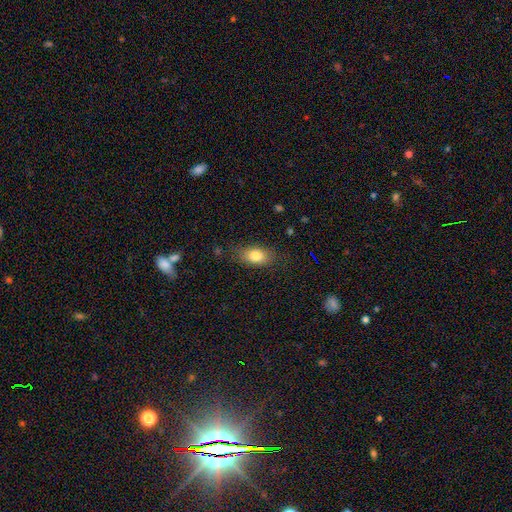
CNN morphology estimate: A smooth galaxy with no disk features (81%) that is in between round and cigar-shaped (84%).

Vote fractions:
- Smooth or featured? smooth: 81% / featured or disk: 11% / star or artifact: 9%
- How rounded? in between: 84% / round: 12% / cigar-shaped: 4%
- Merging? none: 79% / minor disturbance: 15% / major disturbance: 4% / merger: 1%